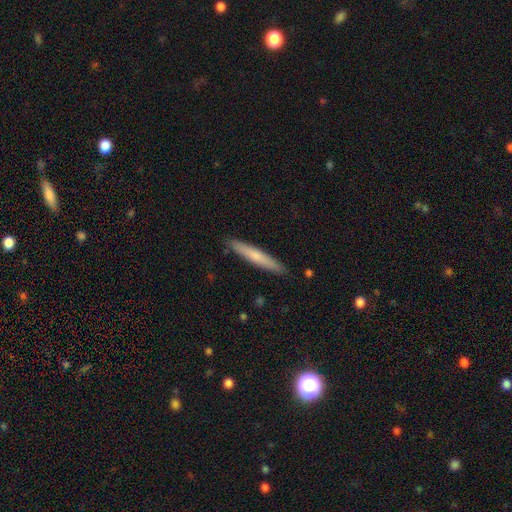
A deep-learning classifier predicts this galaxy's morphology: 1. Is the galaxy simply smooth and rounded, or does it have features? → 63% smooth, 31% featured or disk, 5% star or artifact.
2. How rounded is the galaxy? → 95% cigar-shaped, 4% in between, 1% round.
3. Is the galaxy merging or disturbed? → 90% none, 7% minor disturbance, 1% major disturbance, 1% merger.